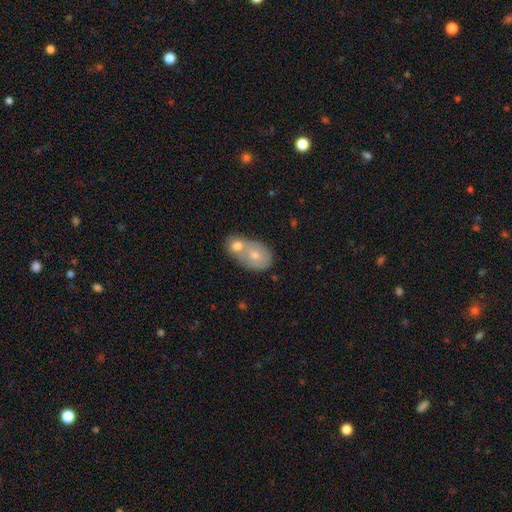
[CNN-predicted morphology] A smooth galaxy with no disk features (66%) that is in between round and cigar-shaped (63%).

Vote fractions:
- Smooth or featured? smooth: 66% / featured or disk: 27% / star or artifact: 7%
- How rounded? in between: 63% / round: 36% / cigar-shaped: 1%
- Merging? merger: 71% / none: 18% / minor disturbance: 7% / major disturbance: 3%